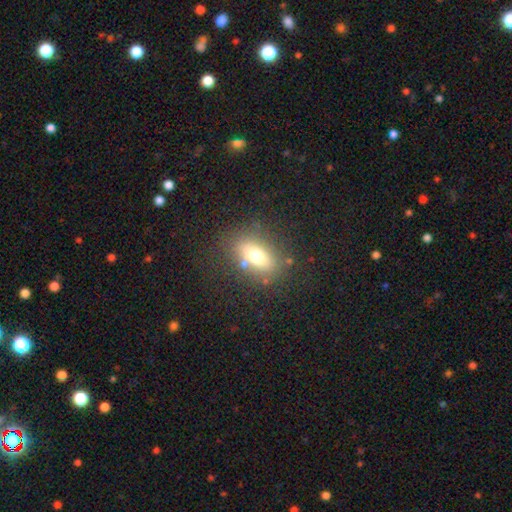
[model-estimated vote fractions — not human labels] smooth-or-featured: smooth: 64% | featured or disk: 23% | star or artifact: 13%
  how-rounded: in between: 74% | round: 20% | cigar-shaped: 6%
  merging: none: 74% | minor disturbance: 14% | major disturbance: 7% | merger: 6%